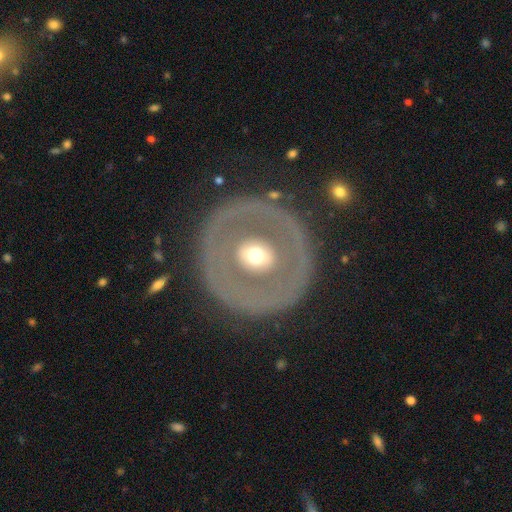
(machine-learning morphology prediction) A featured or disk galaxy (58%) with no bar (80%), no spiral arms (85%) and a moderate central bulge (66%). Merging: none (79%).